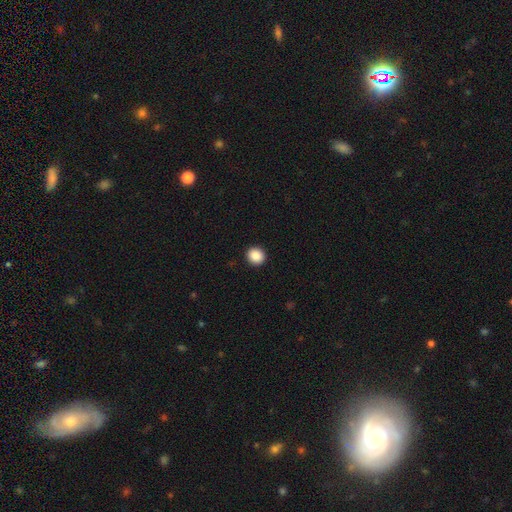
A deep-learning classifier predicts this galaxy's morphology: type=smooth (88%); roundness=round (90%); merging=none (93%).